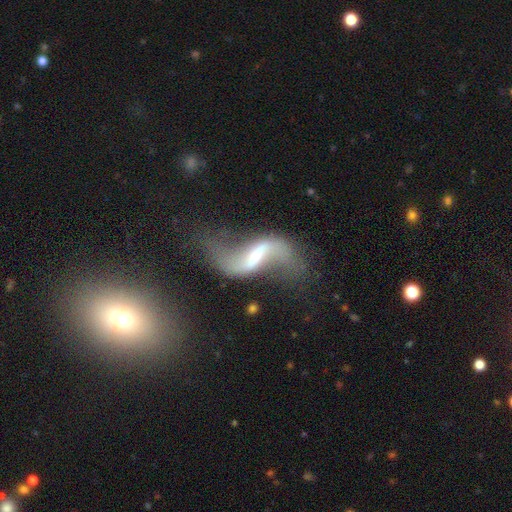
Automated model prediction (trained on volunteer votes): Smooth or featured? Predicted: featured or disk (p=0.85). Edge-on disk? Predicted: no (p=0.94). Bar? Predicted: strong (p=0.54). Spiral arms? Predicted: yes (p=0.92). Spiral winding? Predicted: loose (p=0.94). Spiral arm count? Predicted: 2 (p=0.93). Bulge size? Predicted: small (p=0.37). Merging? Predicted: none (p=0.57).